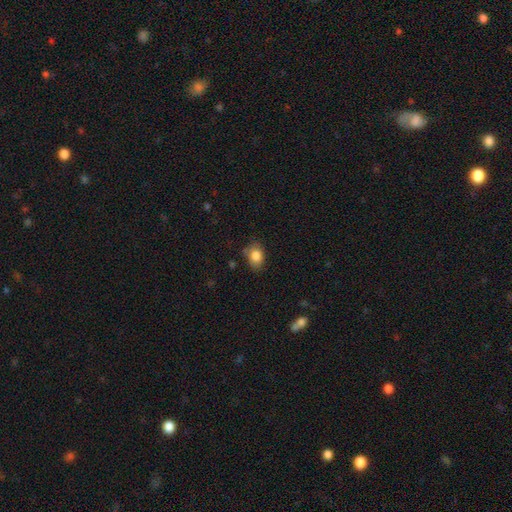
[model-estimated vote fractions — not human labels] Q: Smooth or featured?
A: smooth (84%); runner-up: star or artifact (9%)
Q: How rounded?
A: in between (73%); runner-up: round (26%)
Q: Merging?
A: none (70%); runner-up: minor disturbance (22%)